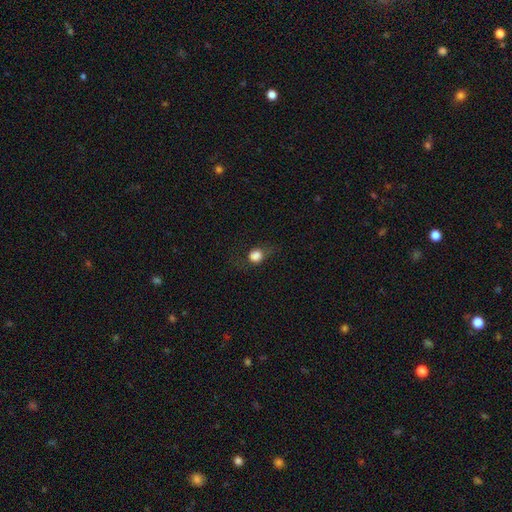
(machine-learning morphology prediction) smooth-or-featured: smooth: 75% | star or artifact: 14% | featured or disk: 11%
  how-rounded: round: 72% | in between: 26% | cigar-shaped: 2%
  merging: none: 59% | minor disturbance: 22% | major disturbance: 15% | merger: 4%